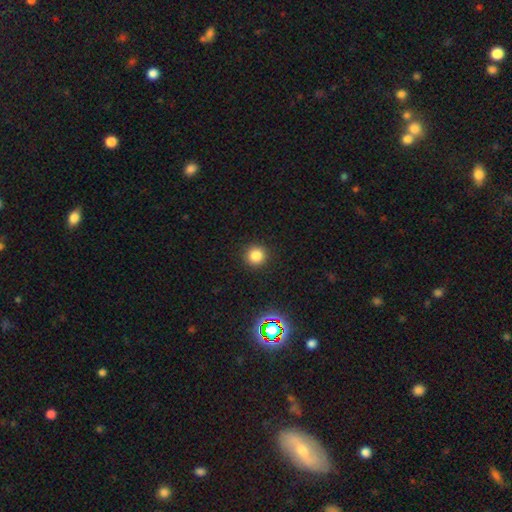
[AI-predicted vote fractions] A smooth galaxy with no disk features (81%) that is round (94%). Merging: none (91%).